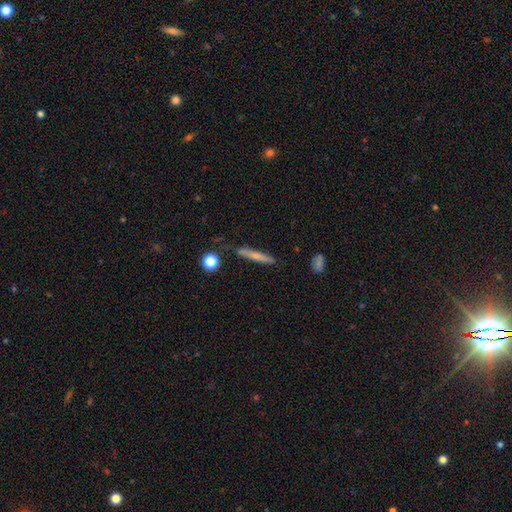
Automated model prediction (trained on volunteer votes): Smooth or featured? Predicted: smooth (p=0.63). How rounded? Predicted: cigar-shaped (p=0.93). Merging? Predicted: none (p=0.81).